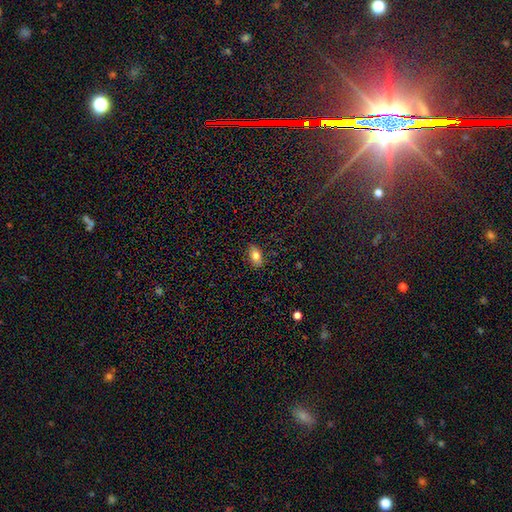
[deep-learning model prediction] Overall: smooth (78%). How rounded: in between (89%). Merging: none (86%).